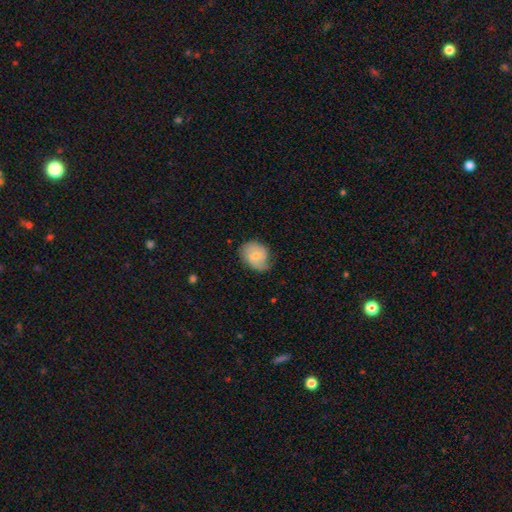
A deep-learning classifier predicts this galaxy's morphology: smooth_or_featured: smooth (p=0.57) [alt: featured or disk p=0.36]
how_rounded: in between (p=0.56) [alt: round p=0.43]
merging: none (p=0.62) [alt: minor disturbance p=0.29]